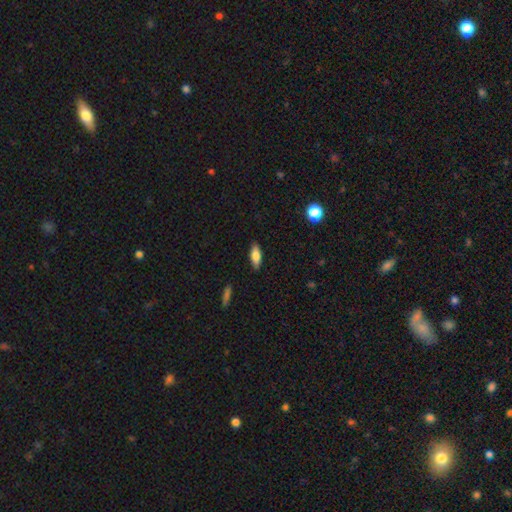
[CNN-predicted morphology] The model was most divided on "how rounded": in between: 66%, cigar-shaped: 32%, round: 2%. More confident: merging — none (87%); smooth or featured — smooth (77%).